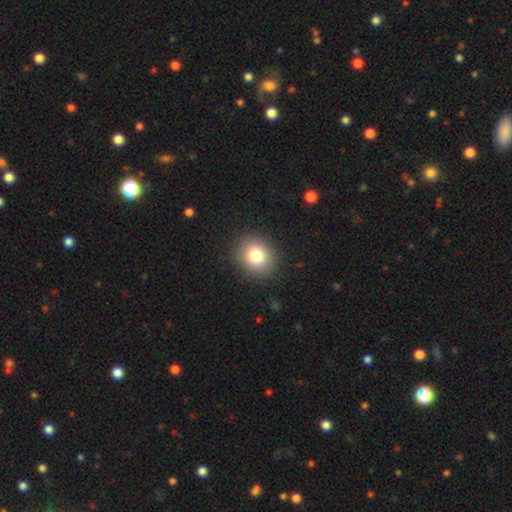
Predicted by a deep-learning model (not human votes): This appears to be a smooth galaxy with no disk features (80%) that is round (68%). Merging: none (89%).